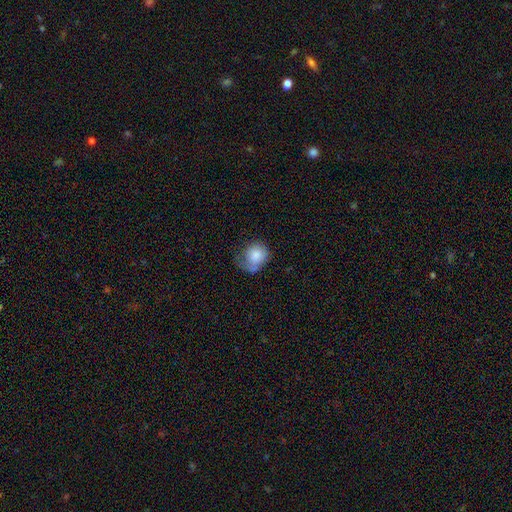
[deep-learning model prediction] Smooth or featured? Predicted: smooth (p=0.77). How rounded? Predicted: round (p=0.72). Merging? Predicted: none (p=0.35).